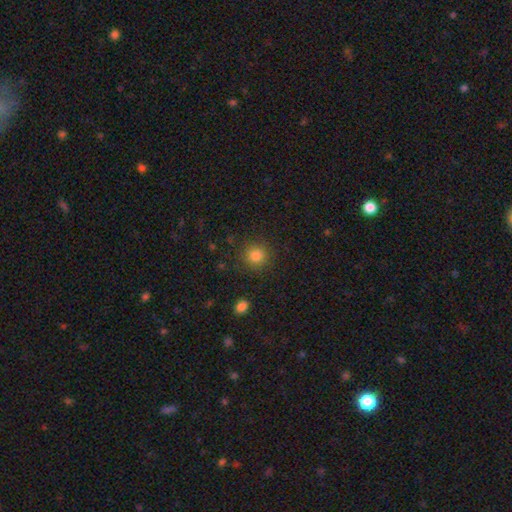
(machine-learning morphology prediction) Q: Smooth or featured?
A: smooth (83%); runner-up: star or artifact (12%)
Q: How rounded?
A: round (92%); runner-up: in between (7%)
Q: Merging?
A: none (87%); runner-up: minor disturbance (8%)